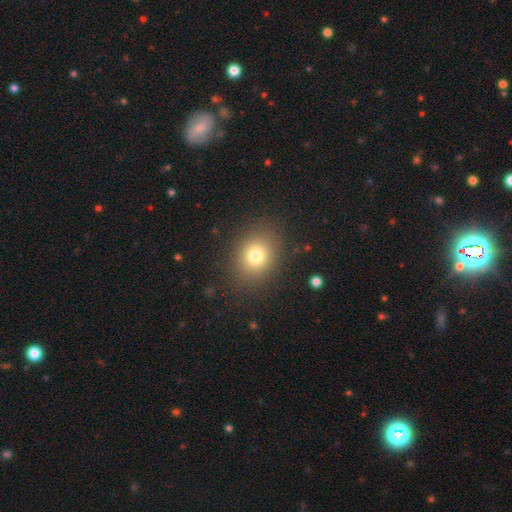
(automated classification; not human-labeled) This is likely a smooth galaxy (76%). How rounded: possibly round (58%). Merging: clearly none (86%).